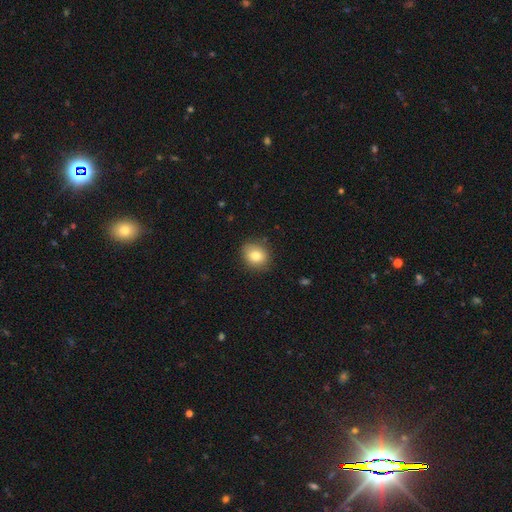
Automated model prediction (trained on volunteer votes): Q: Smooth or featured?
A: smooth (81%); runner-up: star or artifact (10%)
Q: How rounded?
A: round (67%); runner-up: in between (32%)
Q: Merging?
A: none (85%); runner-up: minor disturbance (12%)